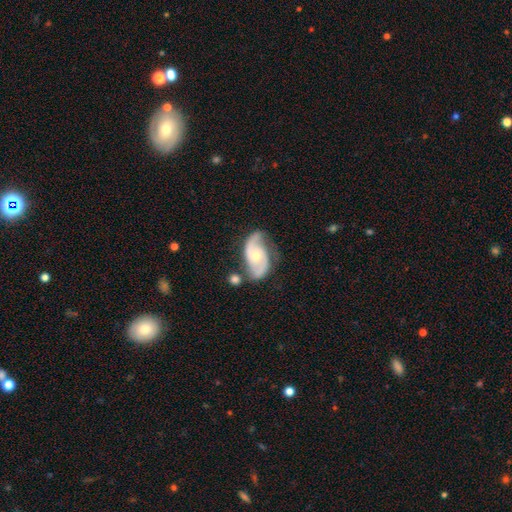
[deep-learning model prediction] Morphology: type=featured or disk (84%); edge-on=no (97%); bar=no (57%); spiral arms=yes (95%); winding=medium (51%); arm count=2 (88%); bulge=moderate (51%); merging=none (59%).